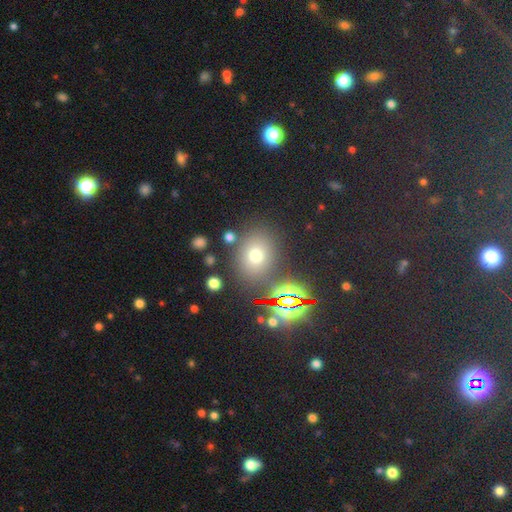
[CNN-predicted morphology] Overall: smooth (64%; star or artifact 25%). How rounded: round (58%; in between 41%). Merging: none (79%).